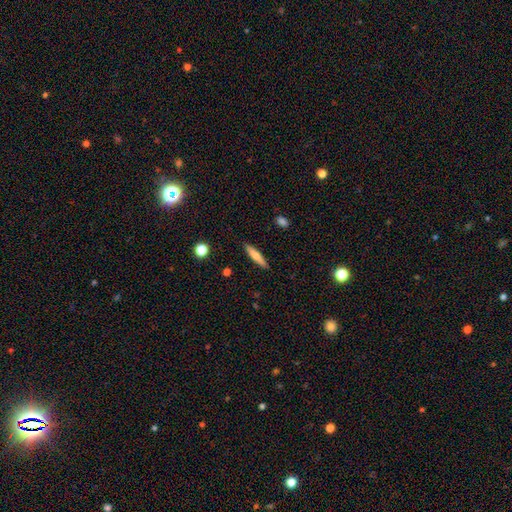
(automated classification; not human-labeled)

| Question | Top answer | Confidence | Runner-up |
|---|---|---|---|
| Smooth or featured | smooth | 65% | featured or disk (29%) |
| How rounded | cigar-shaped | 86% | in between (13%) |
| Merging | none | 90% | minor disturbance (7%) |